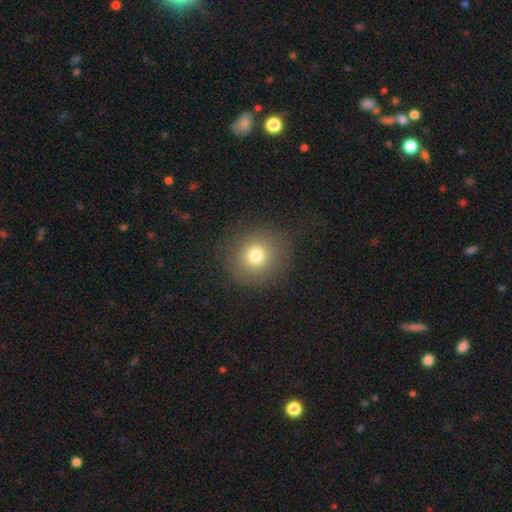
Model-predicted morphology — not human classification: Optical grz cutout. It shows a smooth galaxy with no disk features (76%) that is round (87%). Merging: none (86%).